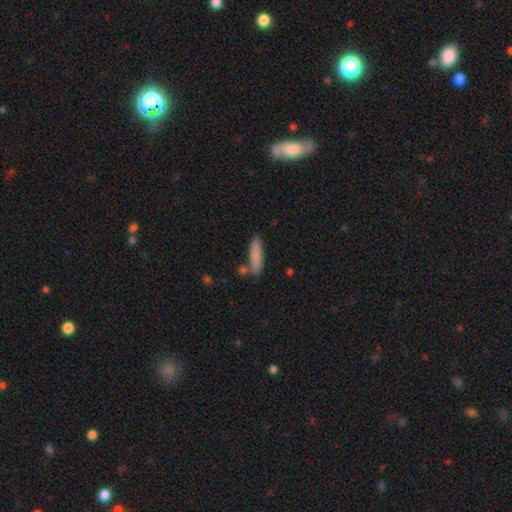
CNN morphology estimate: Smooth or featured? smooth (83%)
How rounded? cigar-shaped (76%)
Merging? none (74%)